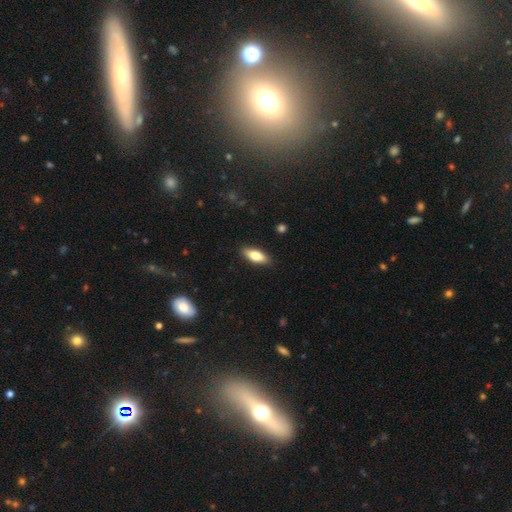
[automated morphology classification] This appears to be a smooth galaxy with no disk features (78%) that is in between round and cigar-shaped (74%). Merging: none (87%).